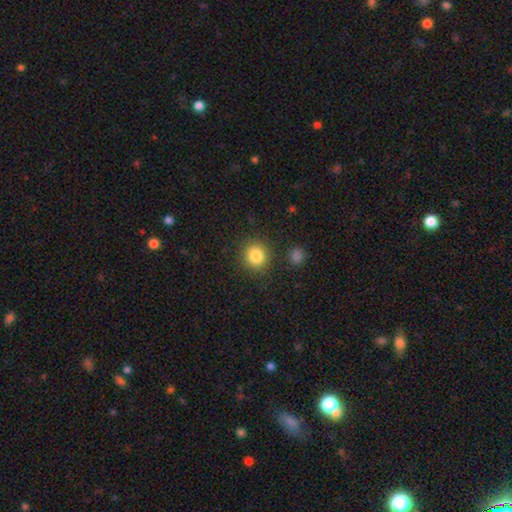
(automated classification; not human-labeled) A smooth galaxy with no disk features (84%) that is round (86%). Merging: none (87%).